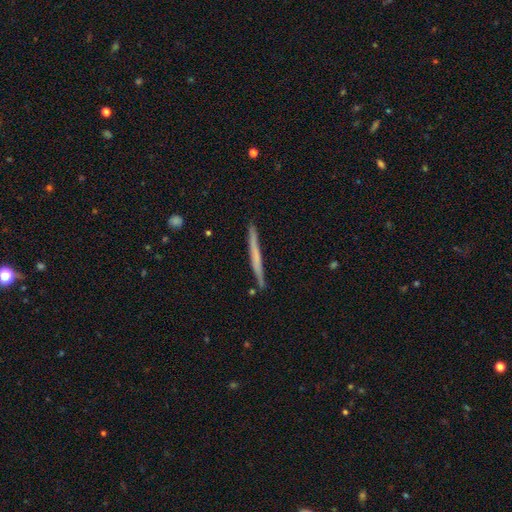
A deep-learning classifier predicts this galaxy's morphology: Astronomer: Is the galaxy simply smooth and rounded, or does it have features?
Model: featured or disk — 48% (runner-up: smooth, 46%).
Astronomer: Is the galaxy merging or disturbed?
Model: none — 90%.